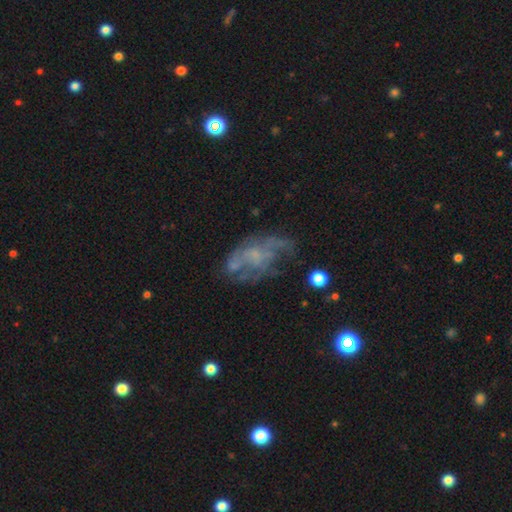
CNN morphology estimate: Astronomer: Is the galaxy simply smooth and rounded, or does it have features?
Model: featured or disk — 62%.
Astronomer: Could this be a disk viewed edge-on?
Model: no — 96%.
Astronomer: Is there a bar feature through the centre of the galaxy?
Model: no — 81%.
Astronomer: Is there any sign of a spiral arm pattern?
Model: no — 61% (runner-up: yes, 39%).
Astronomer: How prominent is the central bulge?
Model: none — 54% (runner-up: small, 30%).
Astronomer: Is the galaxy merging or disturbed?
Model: none — 42% (runner-up: major disturbance, 30%).